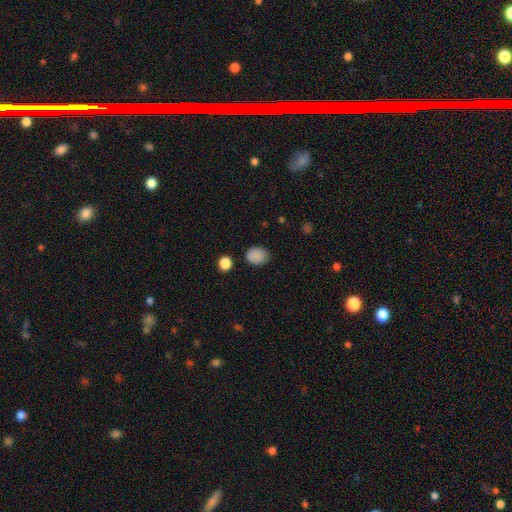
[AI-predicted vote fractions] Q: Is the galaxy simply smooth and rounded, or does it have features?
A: smooth — 87%.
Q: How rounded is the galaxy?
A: in between — 53%.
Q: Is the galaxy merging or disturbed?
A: none — 79%.